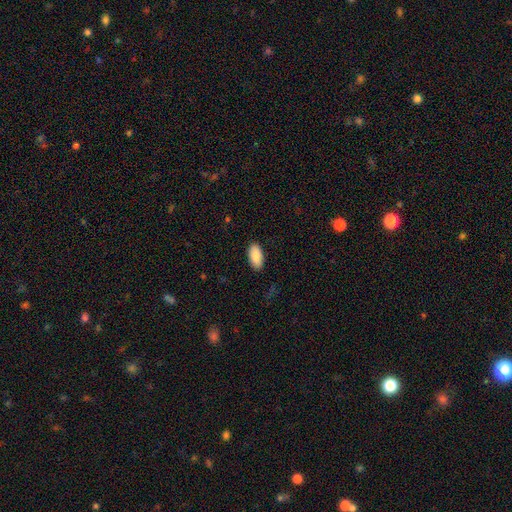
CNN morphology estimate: Smooth or featured?
  - smooth: 89% *
  - star or artifact: 6%
  - featured or disk: 5%
How rounded?
  - in between: 94% *
  - cigar-shaped: 4%
  - round: 2%
Merging?
  - none: 89% *
  - minor disturbance: 8%
  - major disturbance: 2%
  - merger: 1%